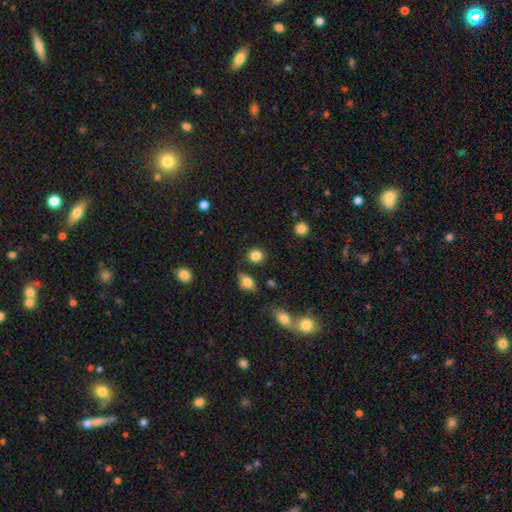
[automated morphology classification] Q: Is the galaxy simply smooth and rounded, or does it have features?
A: smooth — 84%.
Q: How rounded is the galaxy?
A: round — 78%.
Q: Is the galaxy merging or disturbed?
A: none — 83%.